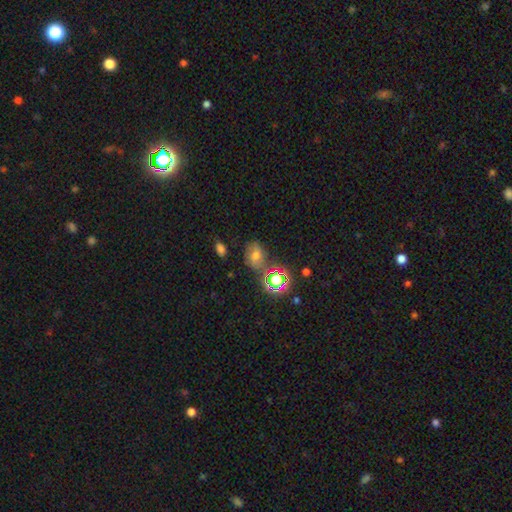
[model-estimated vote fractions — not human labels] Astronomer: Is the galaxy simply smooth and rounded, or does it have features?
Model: smooth — 47% (runner-up: star or artifact, 29%).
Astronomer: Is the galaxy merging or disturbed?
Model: none — 58%.